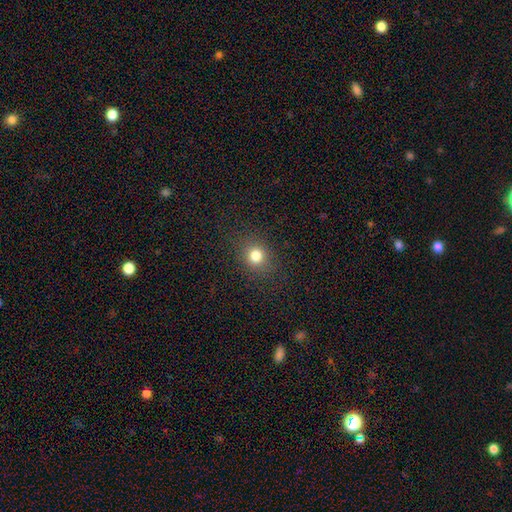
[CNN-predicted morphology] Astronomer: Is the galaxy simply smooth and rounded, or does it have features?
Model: smooth — 79%.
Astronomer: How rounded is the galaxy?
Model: round — 78%.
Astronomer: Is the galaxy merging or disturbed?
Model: none — 87%.